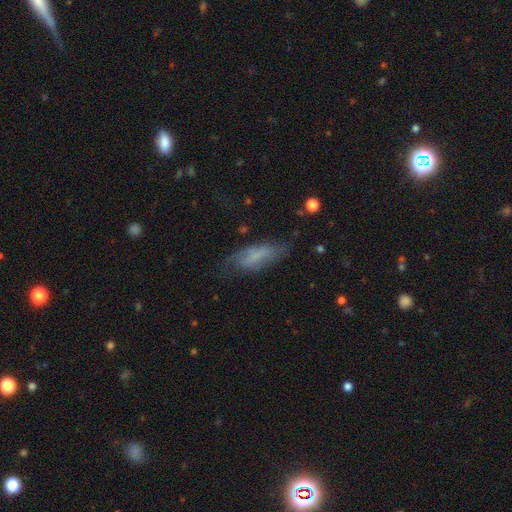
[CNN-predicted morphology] Smooth or featured? Predicted: smooth (p=0.56). How rounded? Predicted: in between (p=0.59). Merging? Predicted: none (p=0.56).